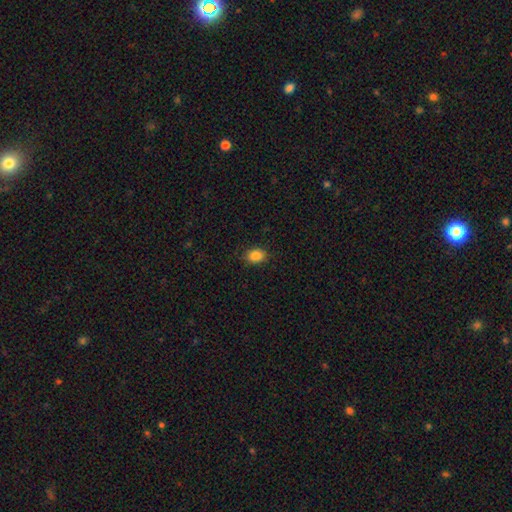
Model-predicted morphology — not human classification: The model was most divided on "how rounded": in between: 69%, round: 30%, cigar-shaped: 1%. More confident: merging — none (87%); smooth or featured — smooth (86%).